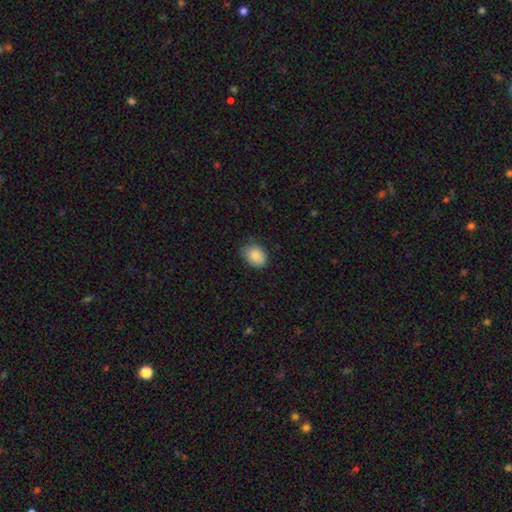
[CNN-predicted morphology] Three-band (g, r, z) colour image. It shows a smooth galaxy with no disk features (86%) that is in between round and cigar-shaped (61%). Merging: none (69%).